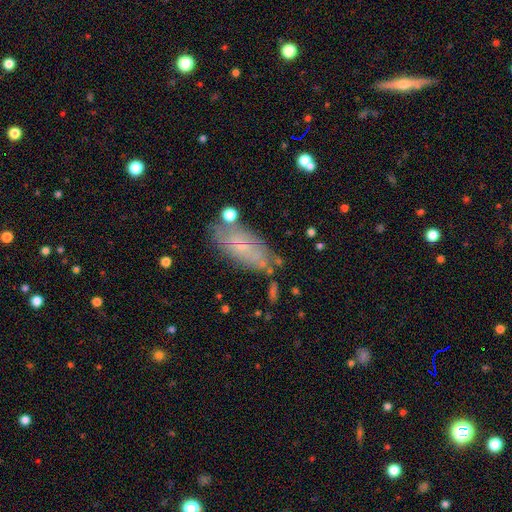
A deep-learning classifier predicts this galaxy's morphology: A featured or disk galaxy (48%).

Vote fractions:
- Smooth or featured? featured or disk: 48% / smooth: 38% / star or artifact: 14%
- Merging? none: 65% / minor disturbance: 21% / major disturbance: 7% / merger: 7%